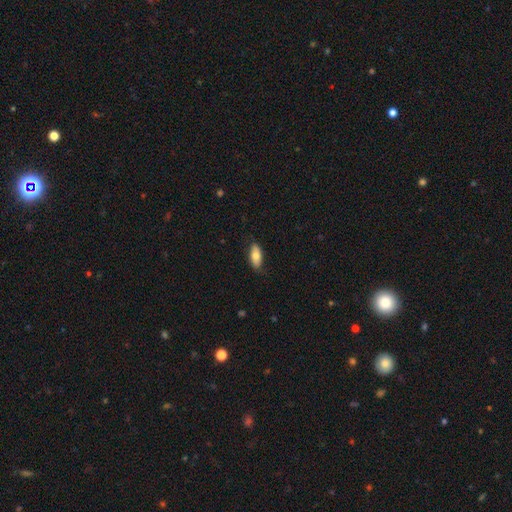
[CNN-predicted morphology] Smooth or featured? smooth (76%)
How rounded? in between (85%)
Merging? none (82%)